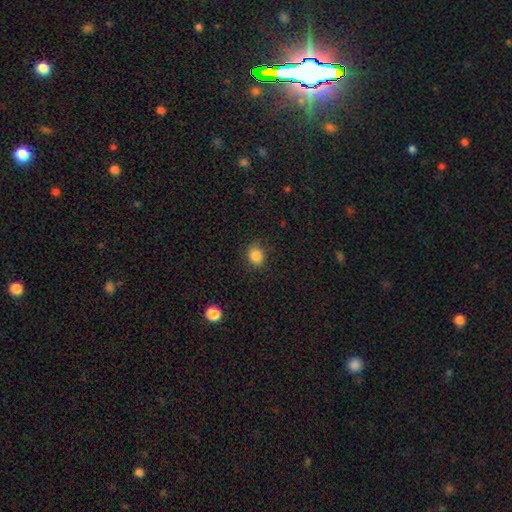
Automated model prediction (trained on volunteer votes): Morphology: type=smooth (85%); roundness=round (71%); merging=none (84%).